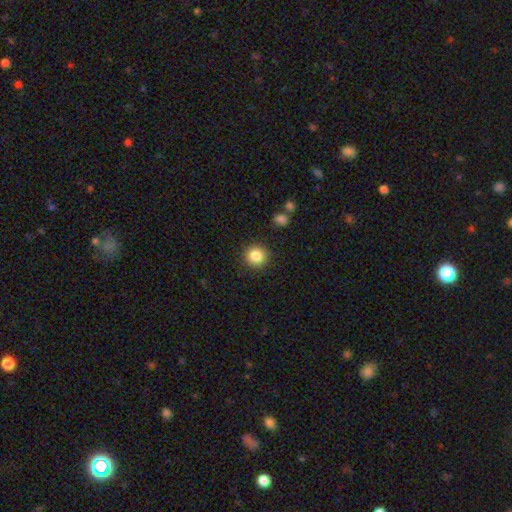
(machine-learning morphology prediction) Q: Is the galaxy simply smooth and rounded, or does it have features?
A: smooth — 86%.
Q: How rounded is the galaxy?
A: round — 93%.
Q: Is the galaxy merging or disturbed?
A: none — 90%.